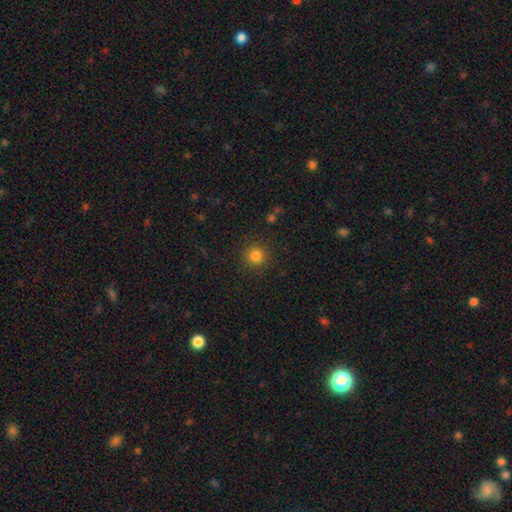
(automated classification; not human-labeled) A smooth galaxy with no disk features (83%) that is round (94%).

Vote fractions:
- Smooth or featured? smooth: 83% / star or artifact: 13% / featured or disk: 4%
- How rounded? round: 94% / in between: 5% / cigar-shaped: 1%
- Merging? none: 90% / minor disturbance: 6% / major disturbance: 2% / merger: 1%